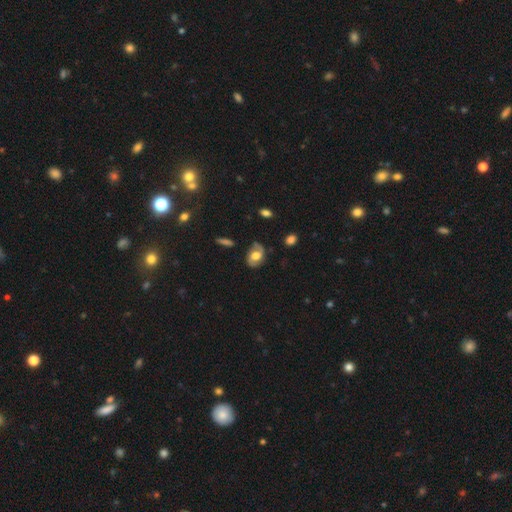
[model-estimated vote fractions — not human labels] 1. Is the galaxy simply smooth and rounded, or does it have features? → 61% featured or disk, 31% smooth, 7% star or artifact.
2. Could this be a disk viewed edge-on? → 95% no, 5% yes.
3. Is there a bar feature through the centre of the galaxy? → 59% no, 32% weak, 9% strong.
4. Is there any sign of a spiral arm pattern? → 82% yes, 18% no.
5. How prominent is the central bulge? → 52% moderate, 38% large, 5% small, 3% dominant, 2% none.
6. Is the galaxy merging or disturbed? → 76% none, 17% minor disturbance, 5% major disturbance, 2% merger.